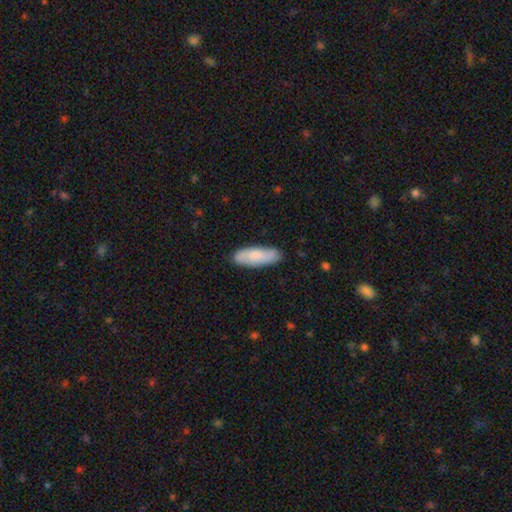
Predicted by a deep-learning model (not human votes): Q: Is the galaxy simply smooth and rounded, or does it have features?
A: smooth — 75%.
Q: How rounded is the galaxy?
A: in between — 59%.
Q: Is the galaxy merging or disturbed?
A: none — 84%.